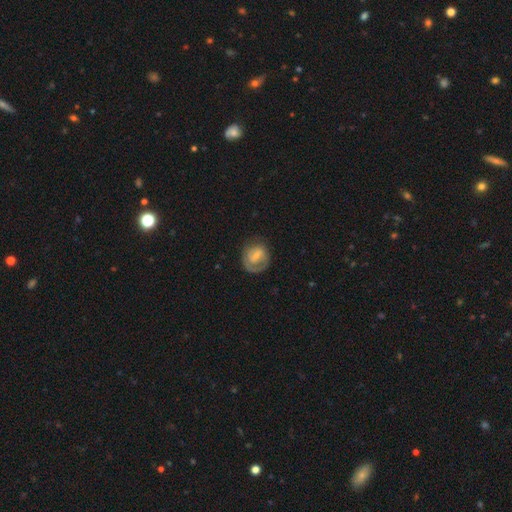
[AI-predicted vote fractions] A featured or disk galaxy (47%). Merging: none (59%).